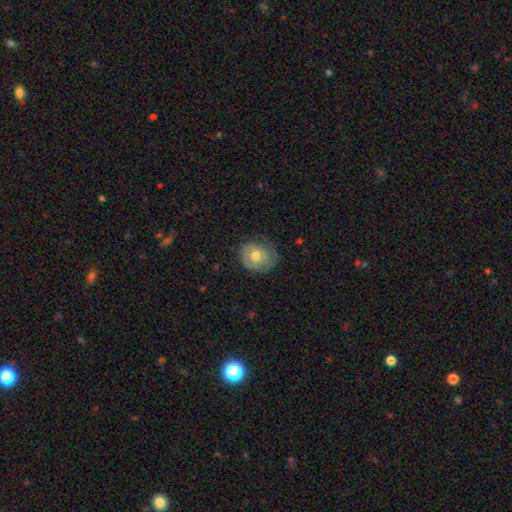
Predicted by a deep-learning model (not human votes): Morphology: type=smooth (60%); roundness=round (64%); merging=none (58%).